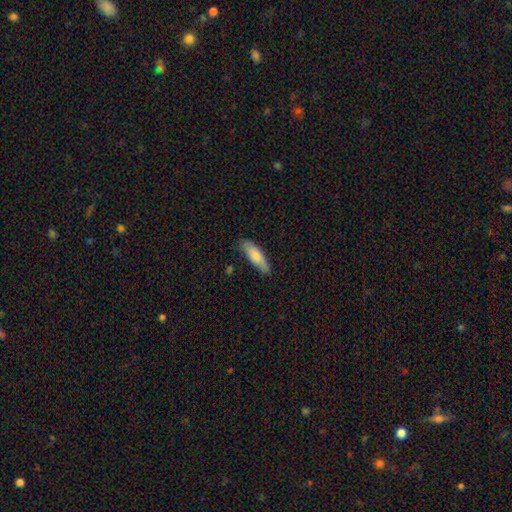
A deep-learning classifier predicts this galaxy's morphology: smooth_or_featured: smooth (p=0.78) [alt: featured or disk p=0.16]
how_rounded: in between (p=0.49) [tied with: cigar-shaped p=0.49]
merging: none (p=0.80) [alt: minor disturbance p=0.16]